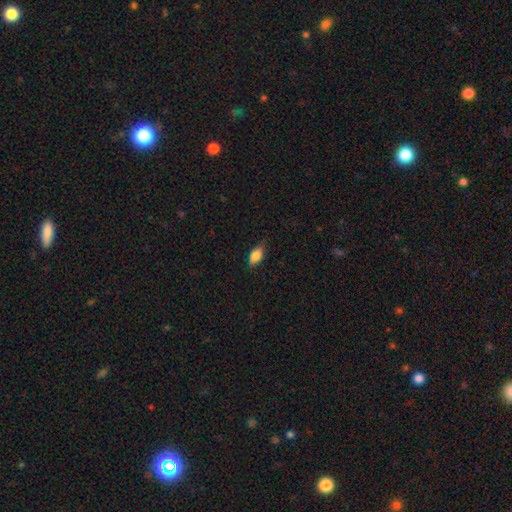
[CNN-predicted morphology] A smooth galaxy with no disk features (81%) that is in between round and cigar-shaped (87%).

Vote fractions:
- Smooth or featured? smooth: 81% / featured or disk: 12% / star or artifact: 8%
- How rounded? in between: 87% / cigar-shaped: 7% / round: 6%
- Merging? none: 71% / minor disturbance: 24% / major disturbance: 4% / merger: 1%